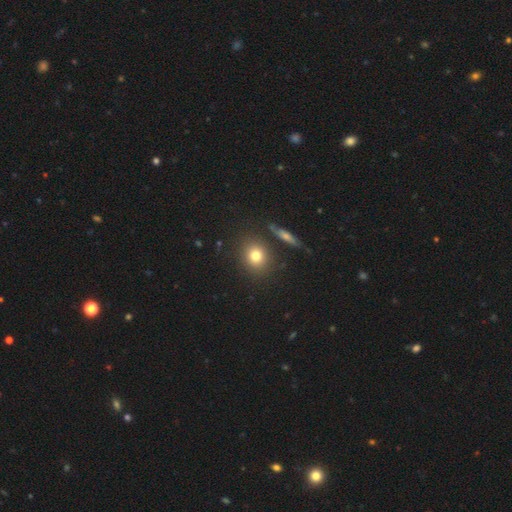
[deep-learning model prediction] Morphology: type=smooth (77%); roundness=round (77%); merging=none (84%).